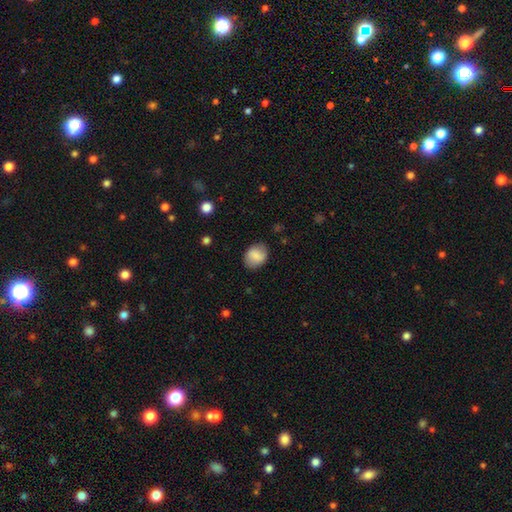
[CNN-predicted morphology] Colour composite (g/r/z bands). It shows a smooth galaxy with no disk features (79%) that is in between round and cigar-shaped (57%). Merging: none (81%).